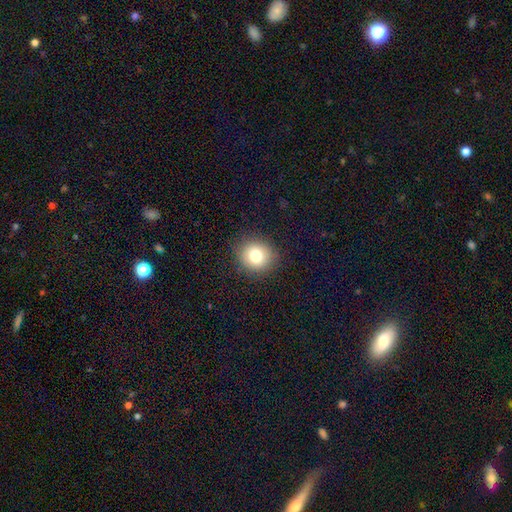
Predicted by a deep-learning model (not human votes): Overall: smooth (79%). How rounded: round (84%). Merging: none (89%).